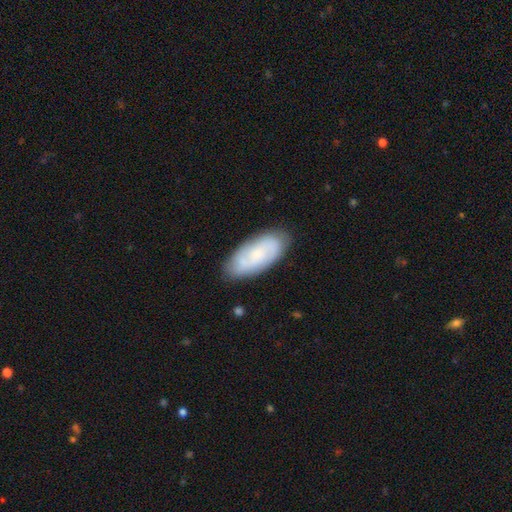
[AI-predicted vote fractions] Smooth or featured? Predicted: featured or disk (p=0.47, tied with smooth). Merging? Predicted: none (p=0.80).